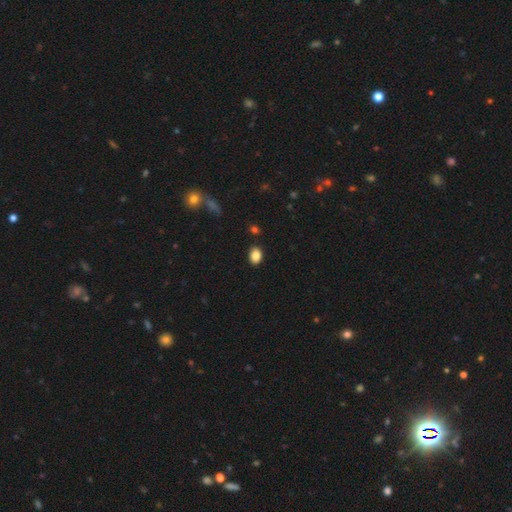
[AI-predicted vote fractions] This appears to be a smooth galaxy with no disk features (87%) that is in between round and cigar-shaped (76%). Merging: none (87%).